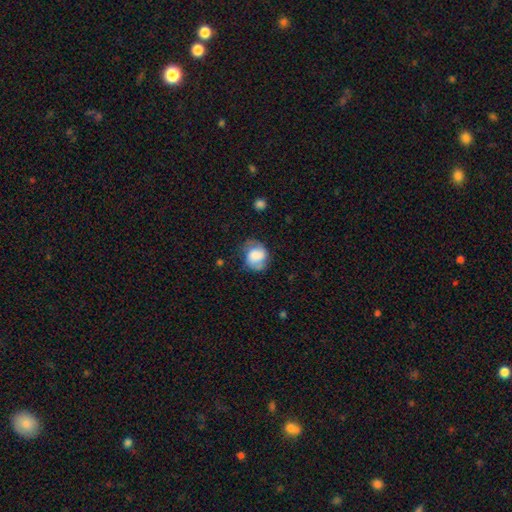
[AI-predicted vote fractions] A smooth galaxy with no disk features (65%) that is round (64%). Merging: none (50%).